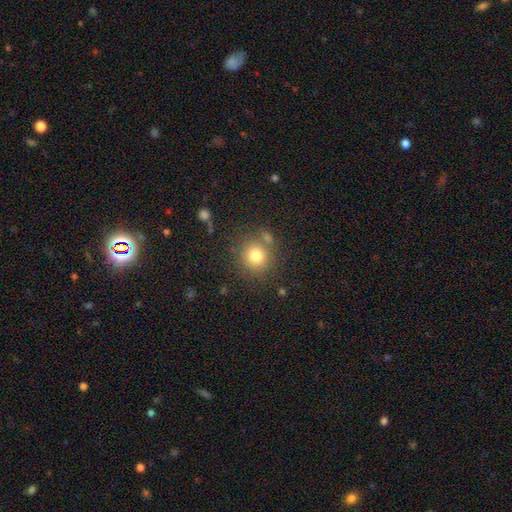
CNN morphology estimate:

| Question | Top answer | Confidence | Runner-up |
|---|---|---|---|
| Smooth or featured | smooth | 78% | star or artifact (13%) |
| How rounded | round | 90% | in between (9%) |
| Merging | none | 76% | minor disturbance (10%) |